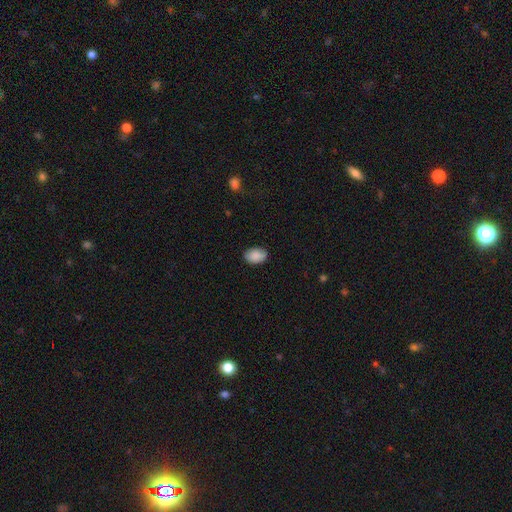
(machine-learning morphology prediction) Smooth or featured?
  - smooth: 89% *
  - star or artifact: 7%
  - featured or disk: 5%
How rounded?
  - in between: 87% *
  - round: 12%
  - cigar-shaped: 1%
Merging?
  - none: 87% *
  - minor disturbance: 10%
  - major disturbance: 2%
  - merger: 1%